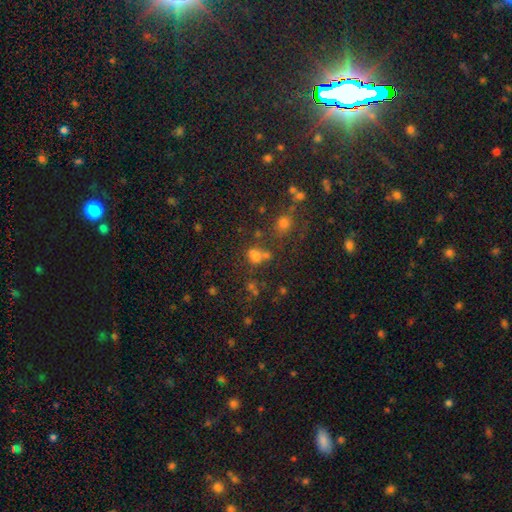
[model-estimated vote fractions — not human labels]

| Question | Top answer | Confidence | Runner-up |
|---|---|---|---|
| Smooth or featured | smooth | 62% | star or artifact (28%) |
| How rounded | round | 55% | in between (43%) |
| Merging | none | 50% | merger (29%) |